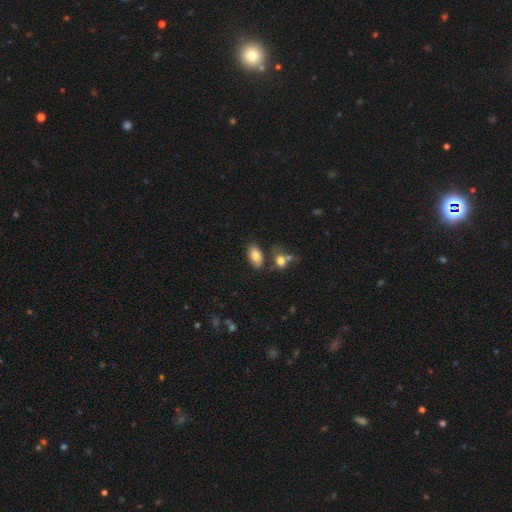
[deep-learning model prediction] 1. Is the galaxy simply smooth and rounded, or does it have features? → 82% smooth, 10% featured or disk, 8% star or artifact.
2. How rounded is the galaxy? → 90% in between, 8% round, 2% cigar-shaped.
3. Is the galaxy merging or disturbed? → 67% none, 15% merger, 13% minor disturbance, 4% major disturbance.